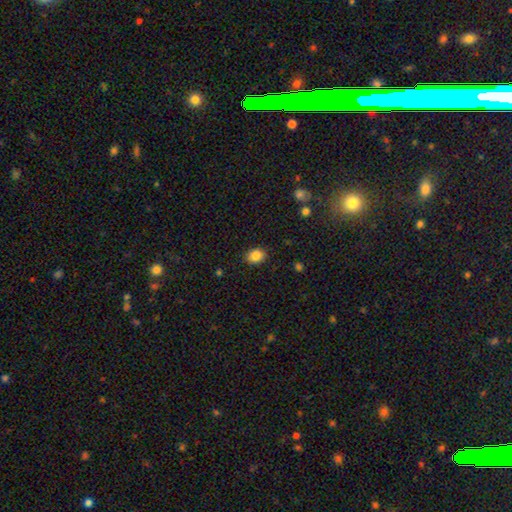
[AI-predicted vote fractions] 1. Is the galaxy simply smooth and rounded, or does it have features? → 86% smooth, 9% star or artifact, 5% featured or disk.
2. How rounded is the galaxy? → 55% in between, 44% round, 1% cigar-shaped.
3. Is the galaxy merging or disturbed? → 88% none, 9% minor disturbance, 2% major disturbance, 1% merger.